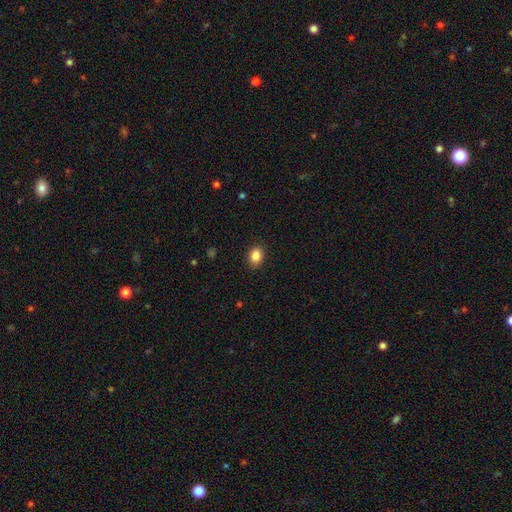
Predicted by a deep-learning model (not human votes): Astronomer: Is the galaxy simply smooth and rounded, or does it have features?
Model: smooth — 87%.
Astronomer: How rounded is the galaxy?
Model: in between — 62% (runner-up: round, 37%).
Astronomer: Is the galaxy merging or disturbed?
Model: none — 88%.